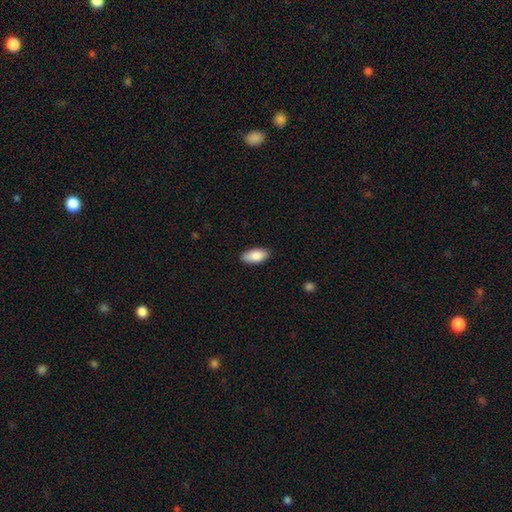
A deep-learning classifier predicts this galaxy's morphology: smooth_or_featured: smooth (p=0.87) [alt: featured or disk p=0.07]
how_rounded: in between (p=0.92) [alt: cigar-shaped p=0.06]
merging: none (p=0.86) [alt: minor disturbance p=0.11]